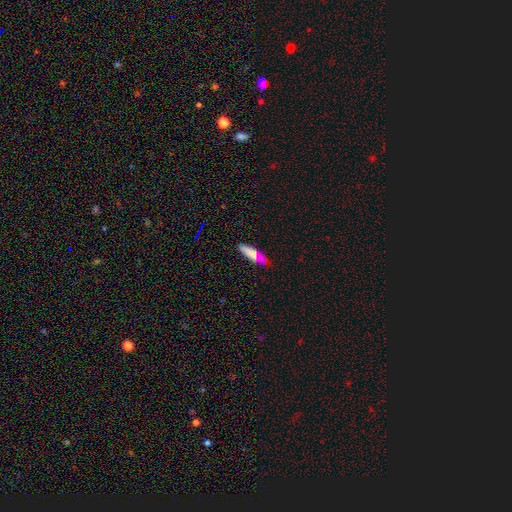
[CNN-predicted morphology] Q: Smooth or featured?
A: smooth (78%); runner-up: featured or disk (13%)
Q: How rounded?
A: cigar-shaped (60%); runner-up: in between (38%)
Q: Merging?
A: none (75%); runner-up: minor disturbance (19%)